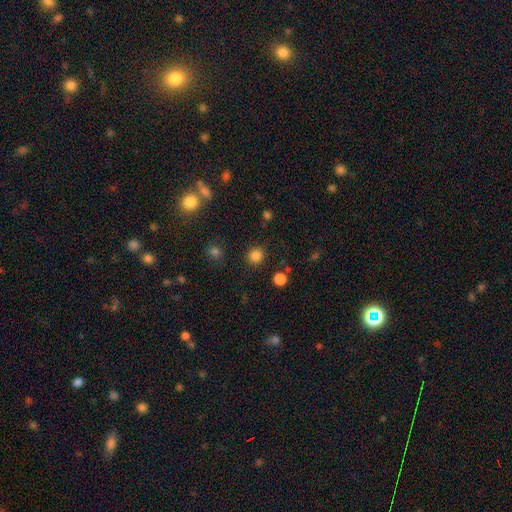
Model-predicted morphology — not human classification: Smooth or featured? smooth (84%)
How rounded? round (89%)
Merging? none (89%)